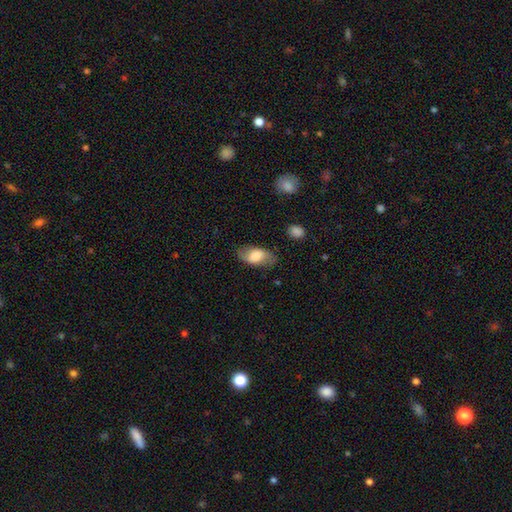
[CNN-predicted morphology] The model was most divided on "smooth or featured": smooth: 62%, featured or disk: 31%, star or artifact: 7%. More confident: how rounded — in between (91%); merging — none (76%).